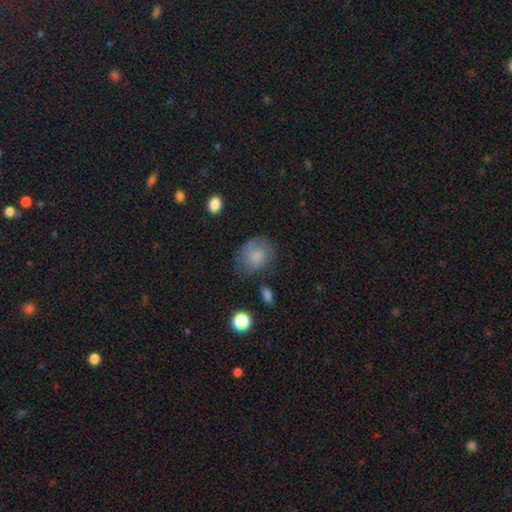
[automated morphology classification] The model was most divided on "how rounded": round: 64%, in between: 35%, cigar-shaped: 1%. More confident: smooth or featured — smooth (75%); merging — none (59%).